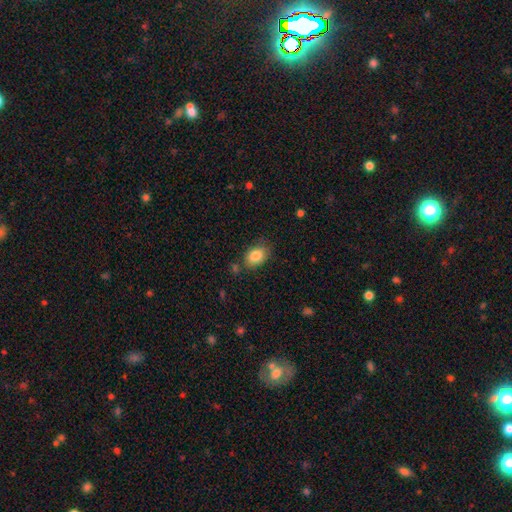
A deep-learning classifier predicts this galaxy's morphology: Smooth or featured: smooth — 85% (star or artifact — 8%)
How rounded: in between — 79% (round — 19%)
Merging: none — 75% (minor disturbance — 17%)